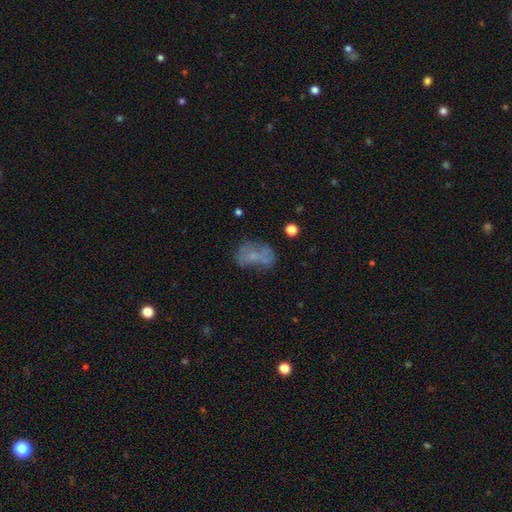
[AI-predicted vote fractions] This is marginally a smooth galaxy (43%). Merging: marginally none (38%).